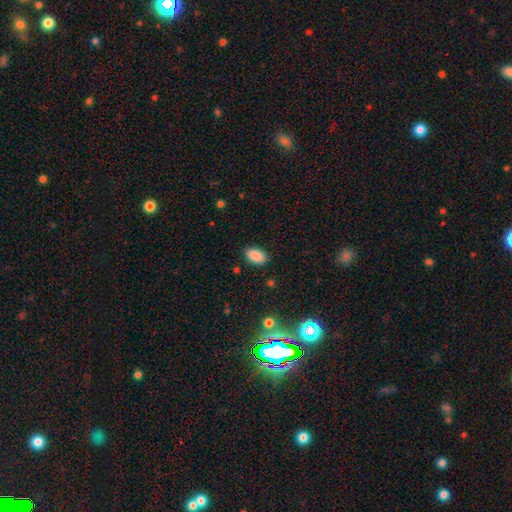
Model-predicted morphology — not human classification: type=smooth (88%); roundness=in between (91%); merging=none (86%).